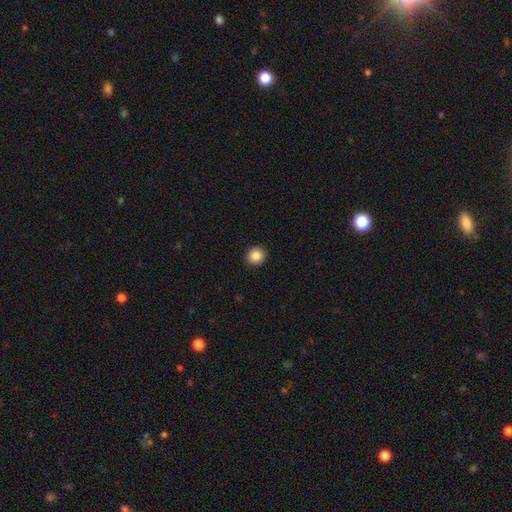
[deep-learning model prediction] A smooth galaxy with no disk features (87%) that is round (90%). Merging: none (92%).